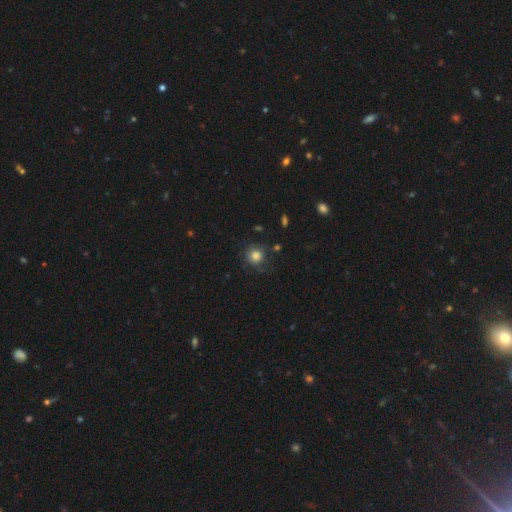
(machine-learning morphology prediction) This appears to be a smooth galaxy with no disk features (82%) that is round (92%). Merging: none (77%).